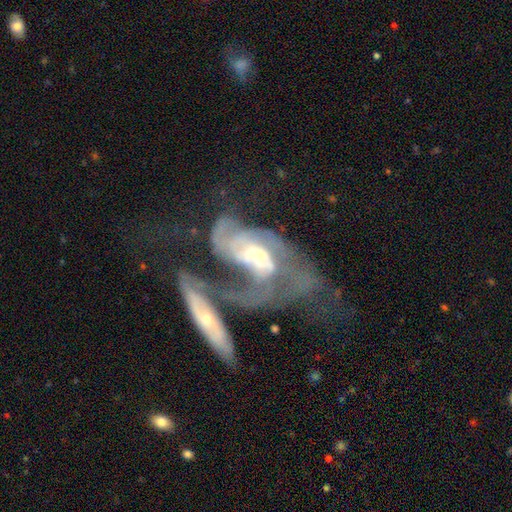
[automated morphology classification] A featured or disk galaxy (80%) with no bar (55%), medium (40%) spiral arms (82%) and a moderate central bulge (46%).

Vote fractions:
- Smooth or featured? featured or disk: 80% / smooth: 13% / star or artifact: 7%
- Edge-on disk? no: 93% / yes: 7%
- Bar? no: 55% / weak: 33% / strong: 12%
- Spiral arms? yes: 82% / no: 18%
- Spiral winding? medium: 40% / loose: 30% / tight: 30%
- Spiral arm count? can't tell: 37% / 2: 36% / 3: 10% / 1: 9% / 4: 4% / more than 4: 3%
- Bulge size? moderate: 46% / small: 42% / large: 6% / none: 4% / dominant: 2%
- Merging? merger: 63% / major disturbance: 23% / none: 8% / minor disturbance: 6%